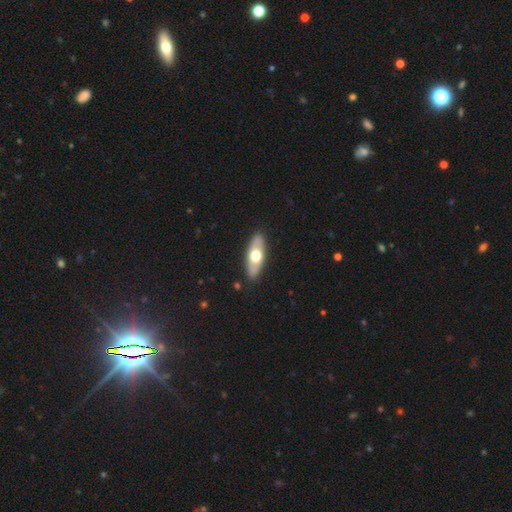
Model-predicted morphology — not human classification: This is possibly a smooth galaxy (53%). How rounded: likely in between (69%). Merging: clearly none (88%).